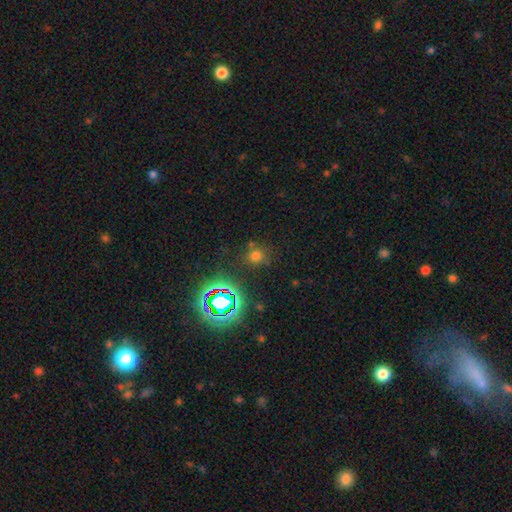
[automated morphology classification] The model was most divided on "smooth or featured": smooth: 60%, star or artifact: 32%, featured or disk: 8%. More confident: how rounded — round (83%); merging — none (76%).